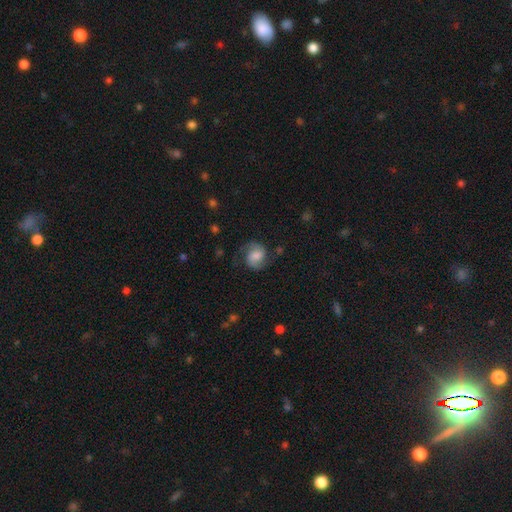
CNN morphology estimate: This appears to be a featured or disk galaxy (71%) with no bar (46%), 2 (90%) medium (52%) spiral arms (95%) and a moderate central bulge (39%). Merging: none (73%).